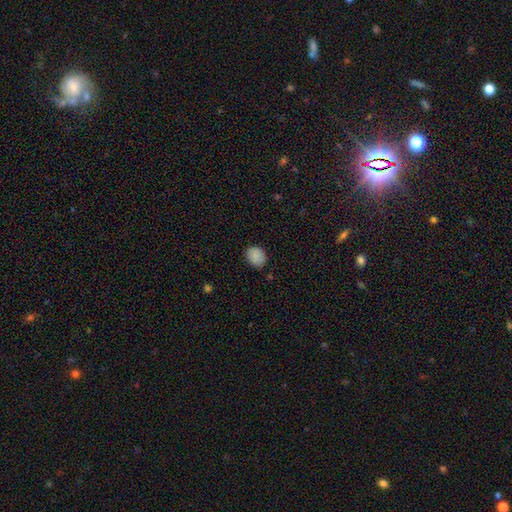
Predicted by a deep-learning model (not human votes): smooth_or_featured: smooth (p=0.88) [alt: star or artifact p=0.08]
how_rounded: round (p=0.54) [alt: in between p=0.45]
merging: none (p=0.85) [alt: minor disturbance p=0.12]